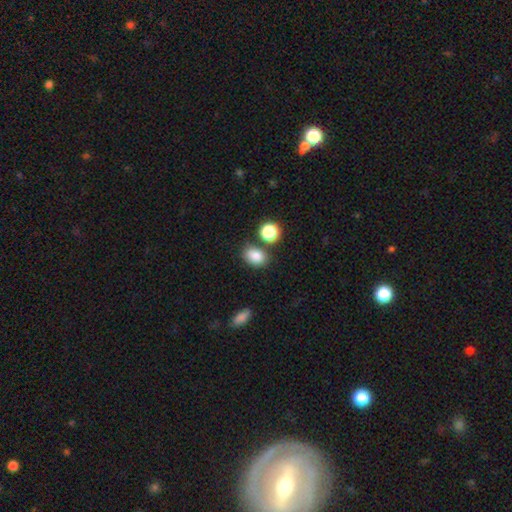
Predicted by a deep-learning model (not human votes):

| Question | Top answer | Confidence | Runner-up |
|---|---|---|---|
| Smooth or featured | smooth | 83% | star or artifact (11%) |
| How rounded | in between | 71% | round (27%) |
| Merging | none | 71% | minor disturbance (13%) |